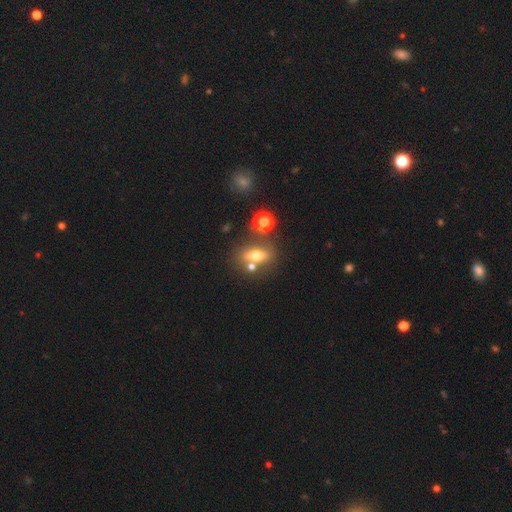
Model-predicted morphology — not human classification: This appears to be a smooth galaxy with no disk features (54%) that is in between round and cigar-shaped (62%). Merging: none (62%).